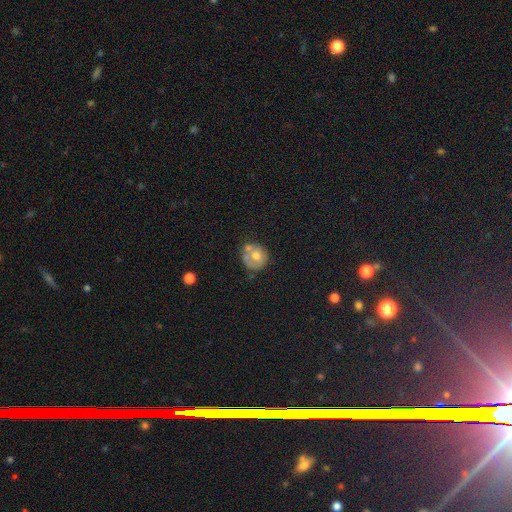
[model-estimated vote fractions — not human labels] Smooth or featured: smooth — 53% (featured or disk — 38%)
How rounded: round — 82% (in between — 18%)
Merging: none — 45% (merger — 27%)